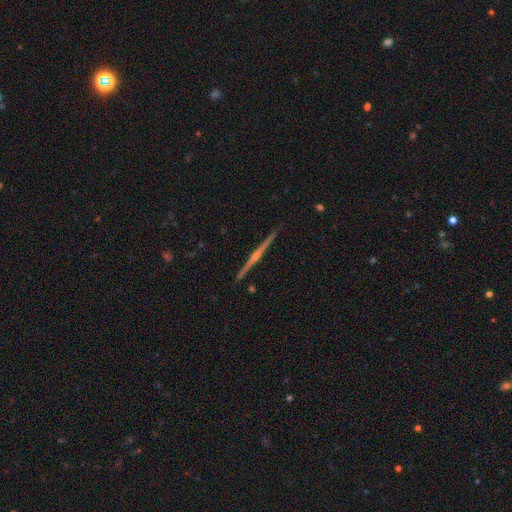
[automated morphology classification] smooth-or-featured: featured or disk: 85% | smooth: 9% | star or artifact: 5%
  disk-edge-on: yes: 99% | no: 1%
    edge-on-bulge: rounded: 85% | none: 10% | boxy: 5%
  merging: none: 93% | minor disturbance: 5% | major disturbance: 1% | merger: 1%